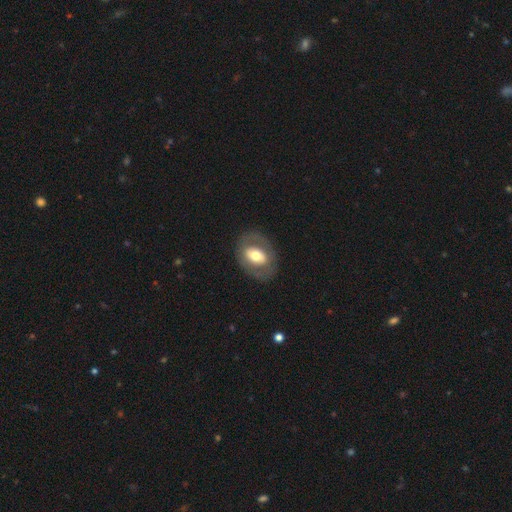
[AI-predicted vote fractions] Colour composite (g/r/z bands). It shows a smooth galaxy with no disk features (49%). Merging: none (80%).